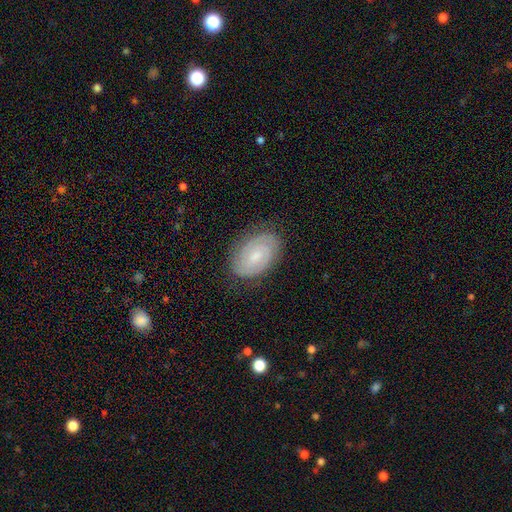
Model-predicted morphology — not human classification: Smooth or featured: featured or disk — 78% (smooth — 15%)
Edge-on disk: no — 97% (yes — 3%)
Bar: weak — 47% (no — 42%)
Spiral arms: yes — 96% (no — 4%)
Spiral winding: tight — 70% (medium — 25%)
Spiral arm count: 2 — 77% (can't tell — 11%)
Bulge size: small — 56% (moderate — 29%)
Merging: none — 83% (minor disturbance — 12%)